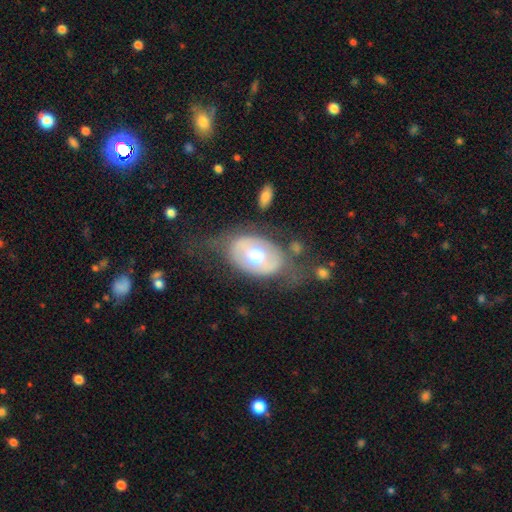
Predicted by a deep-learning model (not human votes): Overall: featured or disk (51%; smooth 42%). Edge-on disk: no (91%). Merging: none (61%).